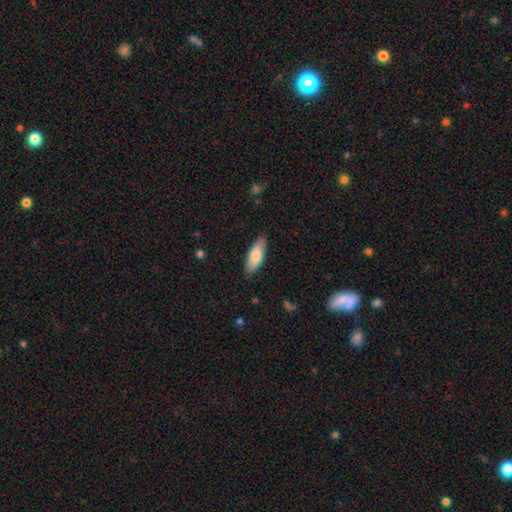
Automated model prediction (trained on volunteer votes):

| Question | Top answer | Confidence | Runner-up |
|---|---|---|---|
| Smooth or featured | smooth | 79% | featured or disk (15%) |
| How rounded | in between | 68% | cigar-shaped (30%) |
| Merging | none | 84% | minor disturbance (13%) |